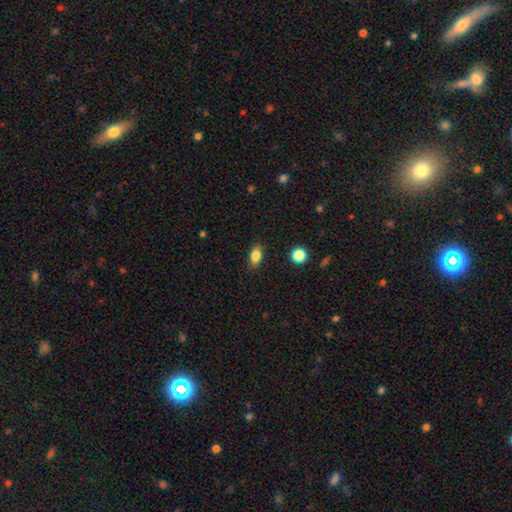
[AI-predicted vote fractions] The model was most divided on "how rounded": in between: 84%, round: 11%, cigar-shaped: 5%. More confident: merging — none (87%); smooth or featured — smooth (83%).